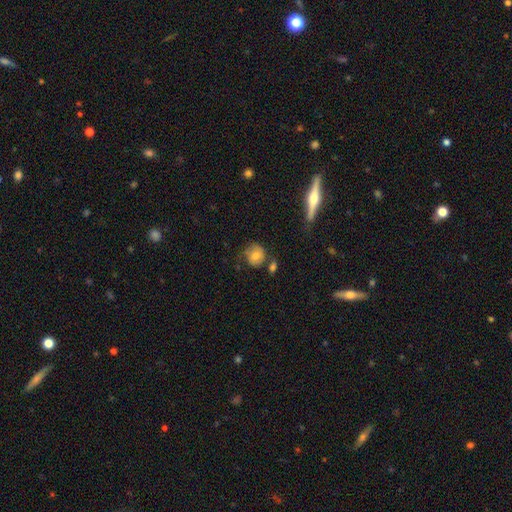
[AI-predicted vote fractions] This appears to be a smooth galaxy with no disk features (66%) that is round (76%). Merging: none (58%).